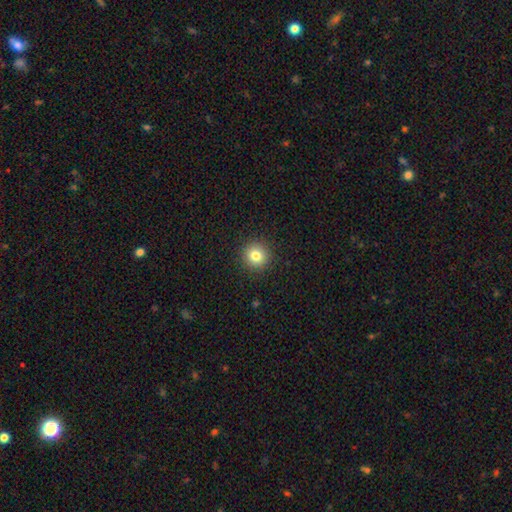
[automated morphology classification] The model was most divided on "smooth or featured": smooth: 80%, star or artifact: 12%, featured or disk: 7%. More confident: how rounded — round (94%); merging — none (92%).